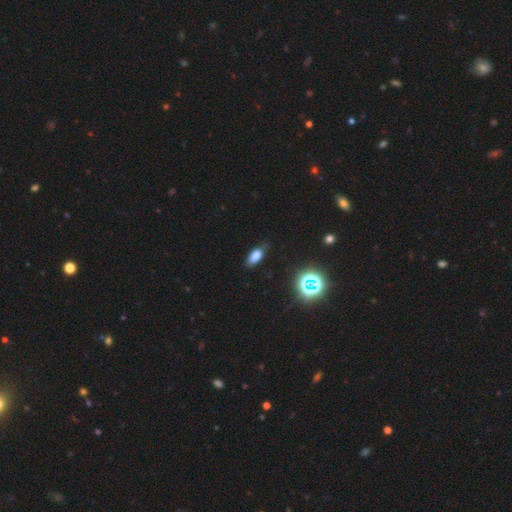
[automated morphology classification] Smooth or featured? Predicted: smooth (p=0.73). How rounded? Predicted: in between (p=0.83). Merging? Predicted: none (p=0.77).